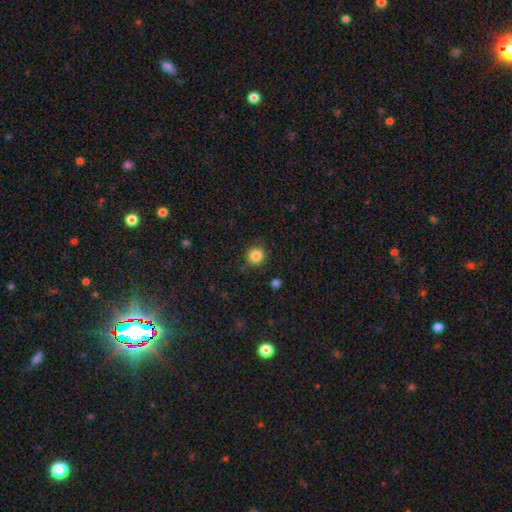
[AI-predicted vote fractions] Smooth or featured? Predicted: smooth (p=0.86). How rounded? Predicted: round (p=0.93). Merging? Predicted: none (p=0.88).